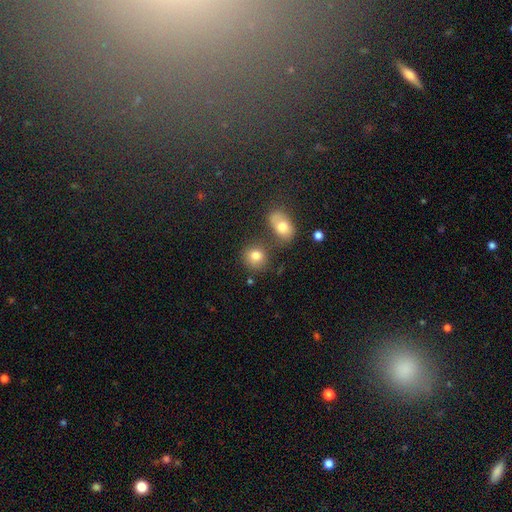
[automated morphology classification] type=smooth (79%); roundness=round (77%); merging=none (64%).